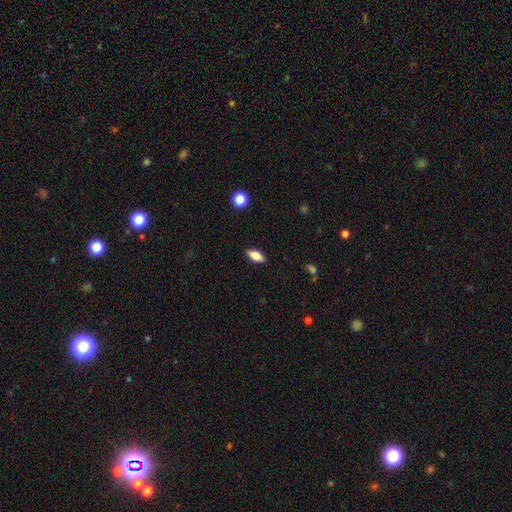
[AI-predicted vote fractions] smooth_or_featured: smooth (p=0.77) [alt: featured or disk p=0.15]
how_rounded: in between (p=0.84) [alt: cigar-shaped p=0.13]
merging: none (p=0.88) [alt: minor disturbance p=0.09]